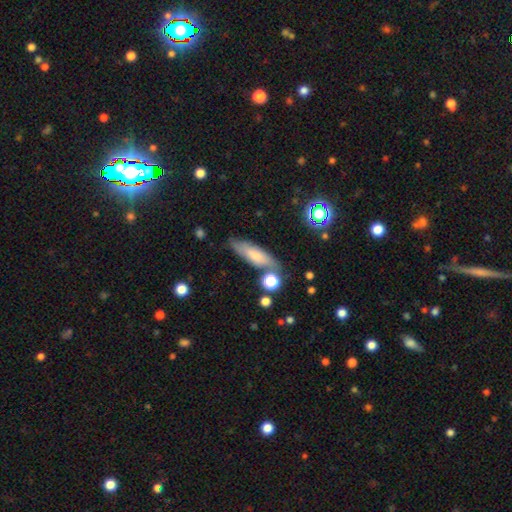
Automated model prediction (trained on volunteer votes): A smooth galaxy with no disk features (67%) that is cigar-shaped (54%). Merging: none (68%).